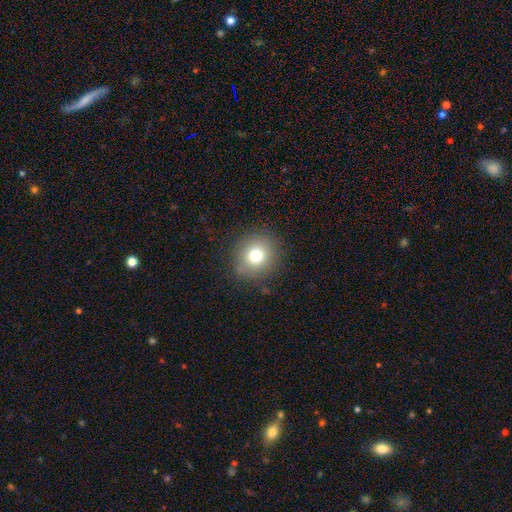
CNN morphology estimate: Smooth or featured? Predicted: smooth (p=0.76). How rounded? Predicted: round (p=0.87). Merging? Predicted: none (p=0.86).